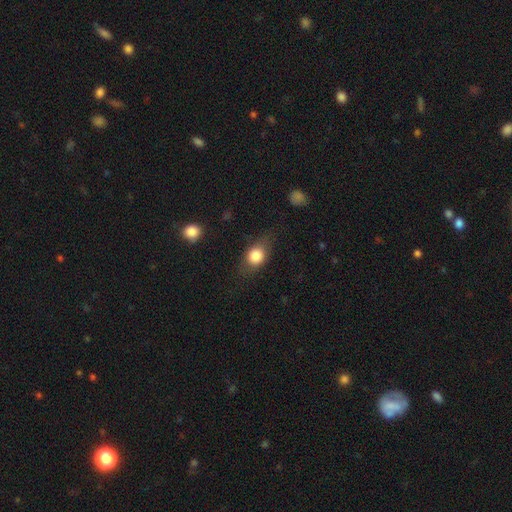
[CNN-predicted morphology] type=smooth (76%); roundness=in between (53%); merging=none (68%).